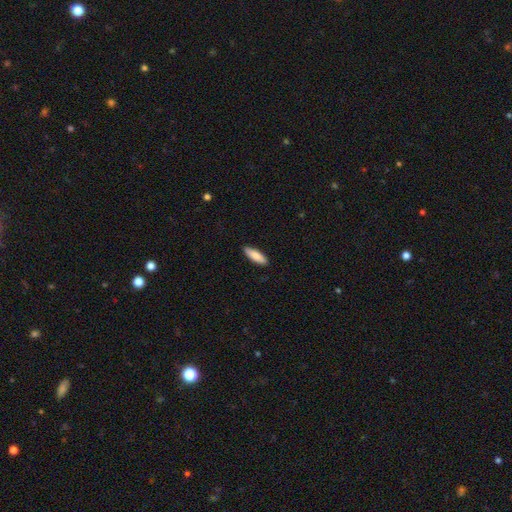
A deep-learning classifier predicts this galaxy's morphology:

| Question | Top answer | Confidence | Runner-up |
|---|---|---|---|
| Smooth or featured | smooth | 84% | featured or disk (10%) |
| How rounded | cigar-shaped | 51% | in between (48%) |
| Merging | none | 90% | minor disturbance (8%) |